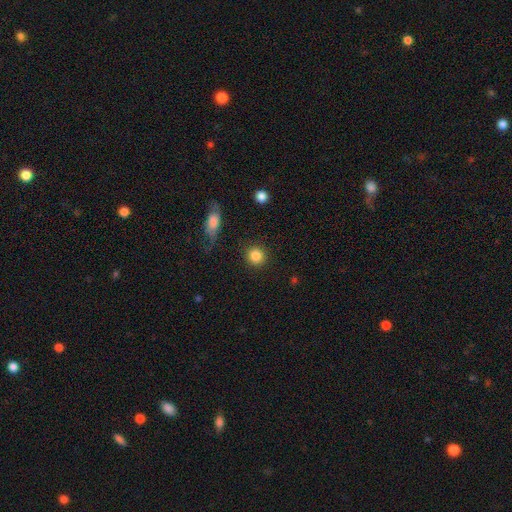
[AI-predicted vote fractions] Smooth or featured? Predicted: smooth (p=0.86). How rounded? Predicted: round (p=0.90). Merging? Predicted: none (p=0.89).